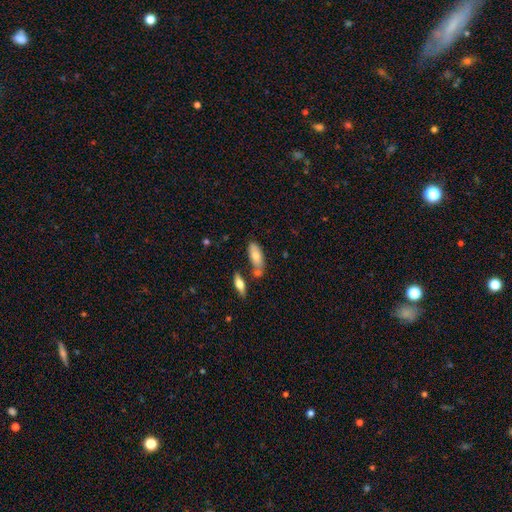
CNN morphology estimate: A smooth galaxy with no disk features (73%) that is in between round and cigar-shaped (81%).

Vote fractions:
- Smooth or featured? smooth: 73% / featured or disk: 21% / star or artifact: 6%
- How rounded? in between: 81% / cigar-shaped: 17% / round: 2%
- Merging? none: 58% / merger: 22% / minor disturbance: 16% / major disturbance: 4%